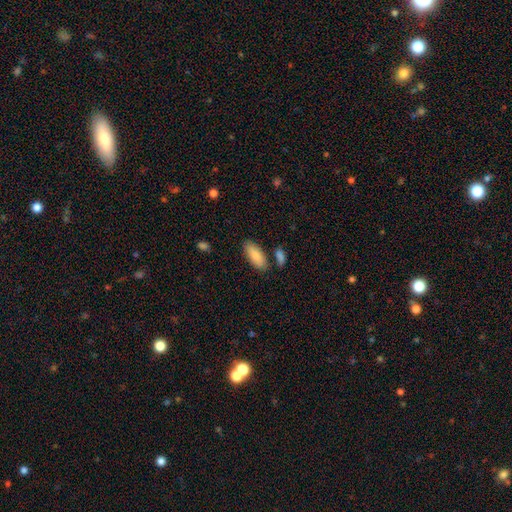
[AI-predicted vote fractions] This is clearly a smooth galaxy (82%). How rounded: clearly in between (84%). Merging: likely none (78%).